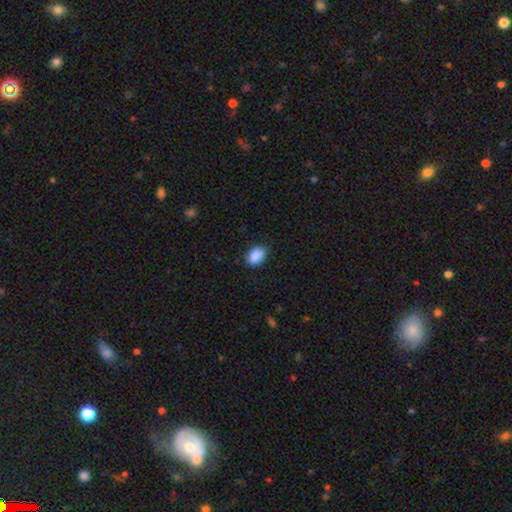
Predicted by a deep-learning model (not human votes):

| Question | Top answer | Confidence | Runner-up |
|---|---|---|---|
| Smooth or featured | smooth | 90% | star or artifact (7%) |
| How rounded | in between | 80% | round (19%) |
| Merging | none | 84% | minor disturbance (13%) |